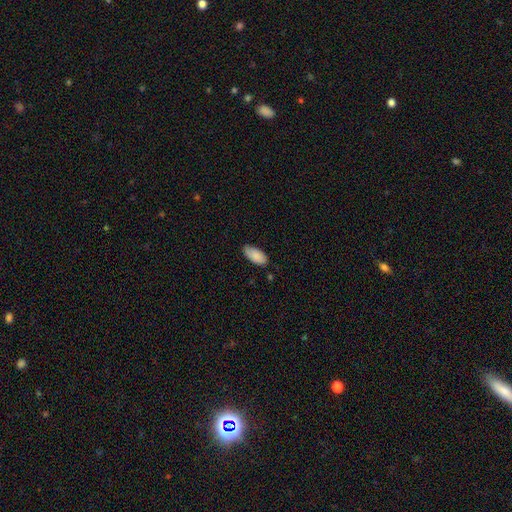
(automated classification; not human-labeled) Smooth or featured? Predicted: smooth (p=0.87). How rounded? Predicted: in between (p=0.92). Merging? Predicted: none (p=0.71).